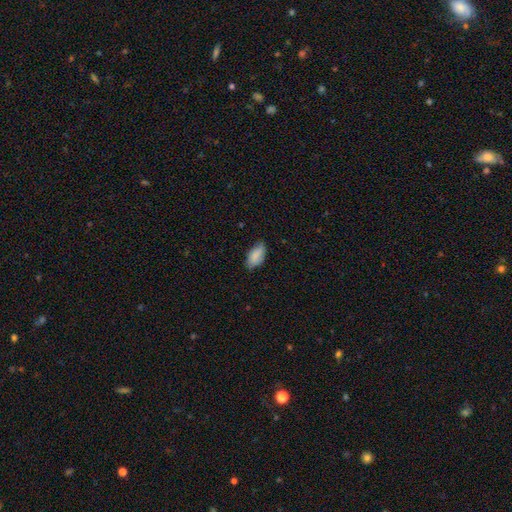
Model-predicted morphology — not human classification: Smooth or featured: smooth — 85% (featured or disk — 8%)
How rounded: in between — 92% (cigar-shaped — 5%)
Merging: none — 71% (minor disturbance — 24%)